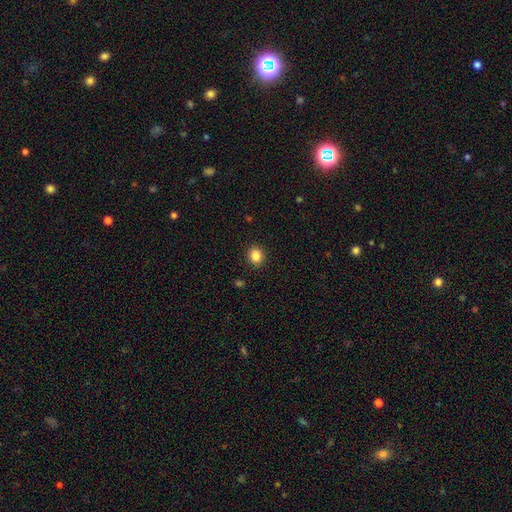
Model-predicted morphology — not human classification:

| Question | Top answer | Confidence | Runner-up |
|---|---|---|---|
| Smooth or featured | smooth | 85% | star or artifact (10%) |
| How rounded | round | 62% | in between (37%) |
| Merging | none | 90% | minor disturbance (7%) |